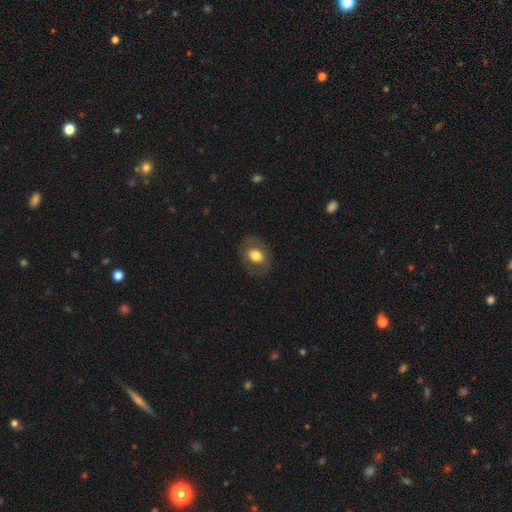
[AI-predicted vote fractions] Morphology: type=smooth (70%); roundness=in between (62%); merging=none (81%).